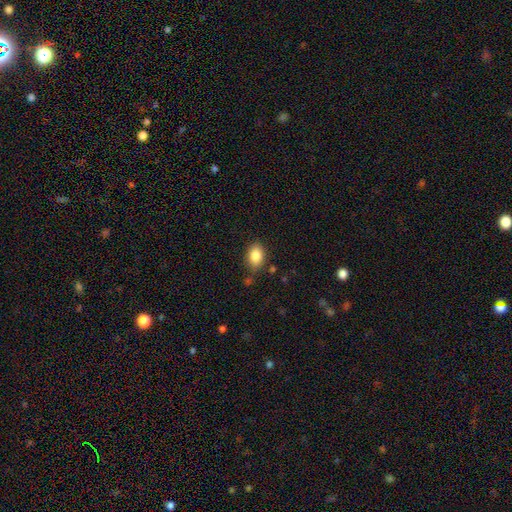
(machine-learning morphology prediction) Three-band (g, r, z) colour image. It shows a smooth galaxy with no disk features (86%) that is in between round and cigar-shaped (82%). Merging: none (77%).